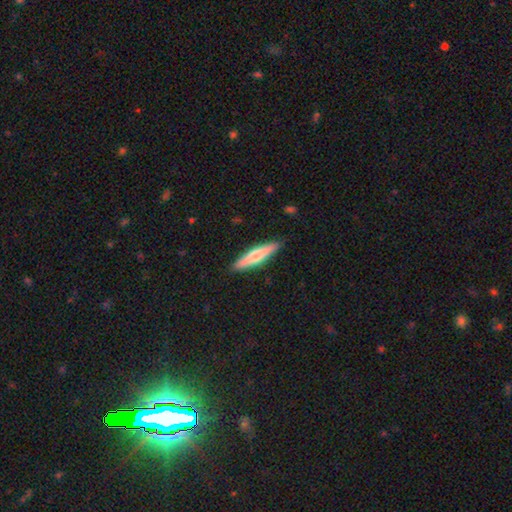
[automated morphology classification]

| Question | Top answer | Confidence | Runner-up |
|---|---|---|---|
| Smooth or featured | smooth | 59% | featured or disk (35%) |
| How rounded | cigar-shaped | 85% | in between (13%) |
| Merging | none | 89% | minor disturbance (8%) |